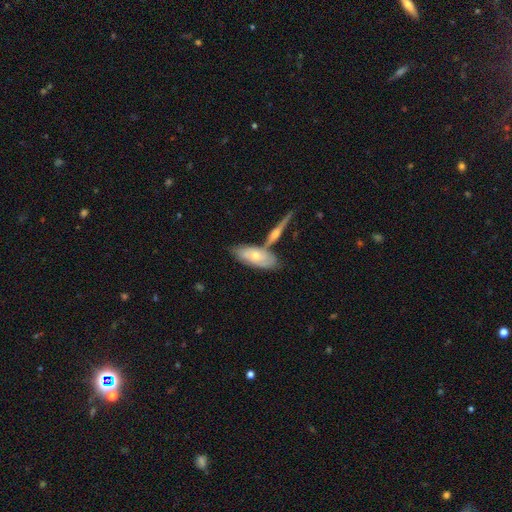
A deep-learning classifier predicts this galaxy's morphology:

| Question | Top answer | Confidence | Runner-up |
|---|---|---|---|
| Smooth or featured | featured or disk | 51% | smooth (43%) |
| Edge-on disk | no | 62% | yes (38%) |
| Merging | none | 49% | merger (31%) |